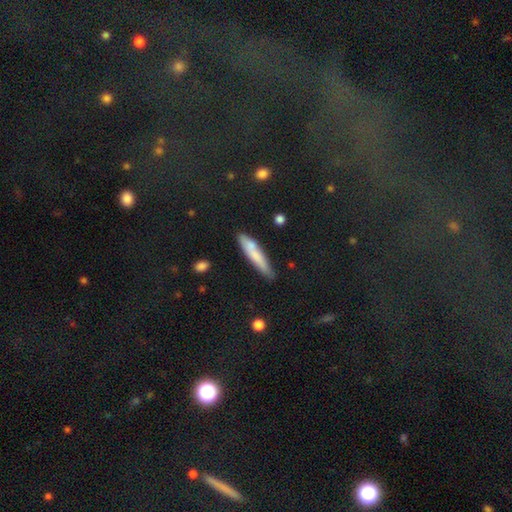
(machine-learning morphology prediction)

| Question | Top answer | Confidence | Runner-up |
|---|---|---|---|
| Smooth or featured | smooth | 70% | featured or disk (23%) |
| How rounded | cigar-shaped | 88% | in between (10%) |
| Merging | none | 73% | minor disturbance (18%) |